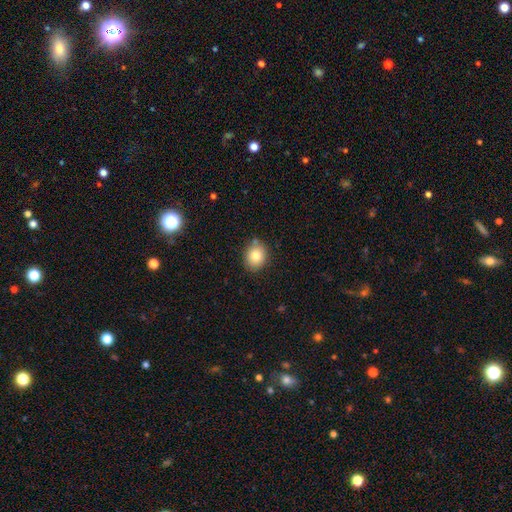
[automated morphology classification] smooth_or_featured: smooth (p=0.82) [alt: star or artifact p=0.09]
how_rounded: round (p=0.61) [alt: in between p=0.38]
merging: none (p=0.82) [alt: minor disturbance p=0.12]